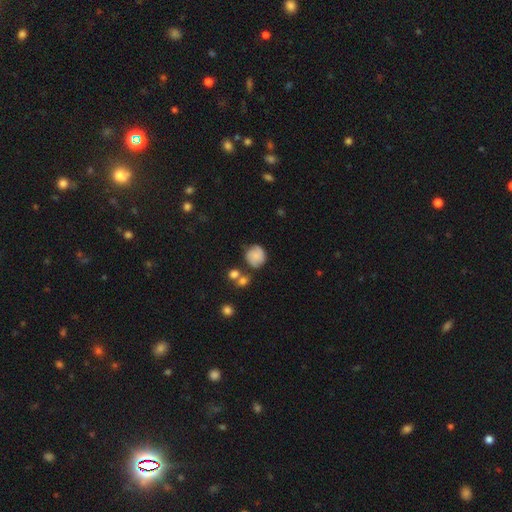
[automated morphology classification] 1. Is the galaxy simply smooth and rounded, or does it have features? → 54% smooth, 37% featured or disk, 9% star or artifact.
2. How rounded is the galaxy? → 80% round, 19% in between, 1% cigar-shaped.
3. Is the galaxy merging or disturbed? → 58% none, 23% minor disturbance, 11% merger, 8% major disturbance.